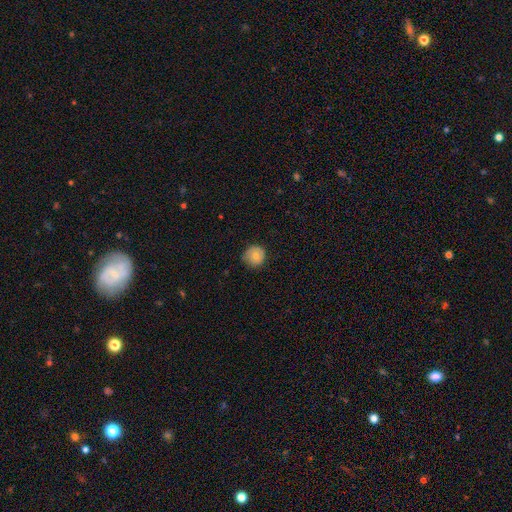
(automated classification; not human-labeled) A smooth galaxy with no disk features (74%) that is round (91%).

Vote fractions:
- Smooth or featured? smooth: 74% / featured or disk: 18% / star or artifact: 9%
- How rounded? round: 91% / in between: 8% / cigar-shaped: 1%
- Merging? none: 74% / minor disturbance: 21% / major disturbance: 4% / merger: 1%